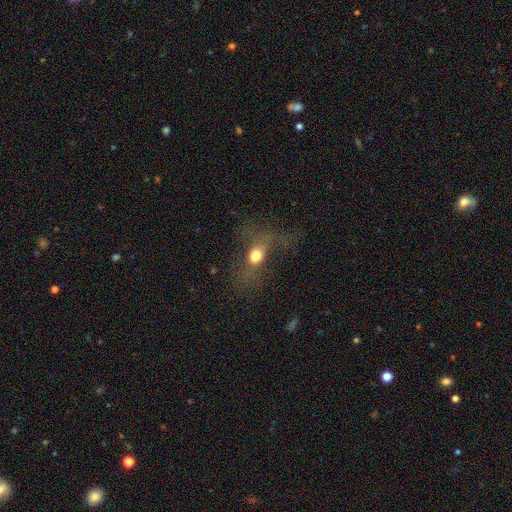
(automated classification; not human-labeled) smooth 57%, featured or disk 26%, star or artifact 17%. Down the decision tree: how rounded — in between (57%); merging — major disturbance (43%).